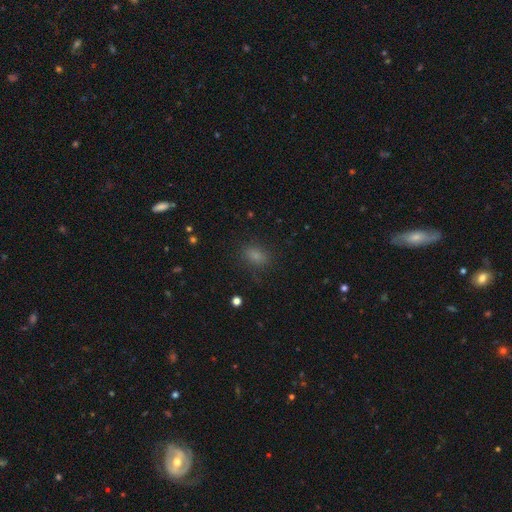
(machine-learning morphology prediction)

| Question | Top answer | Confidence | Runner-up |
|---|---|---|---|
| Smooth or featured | smooth | 77% | star or artifact (16%) |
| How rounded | in between | 79% | round (17%) |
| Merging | none | 80% | minor disturbance (14%) |